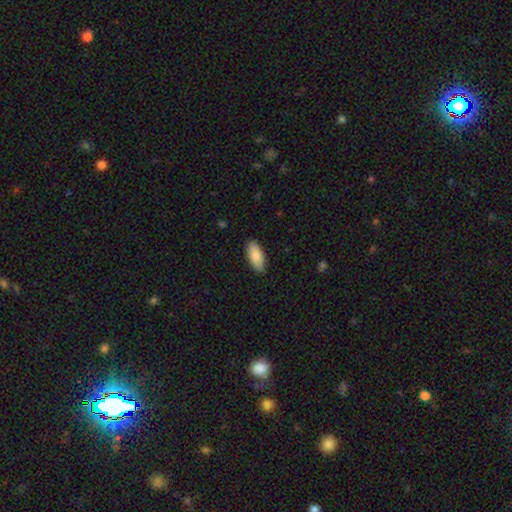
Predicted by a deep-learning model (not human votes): smooth_or_featured: smooth (p=0.87) [alt: featured or disk p=0.07]
how_rounded: in between (p=0.85) [alt: cigar-shaped p=0.13]
merging: none (p=0.88) [alt: minor disturbance p=0.09]